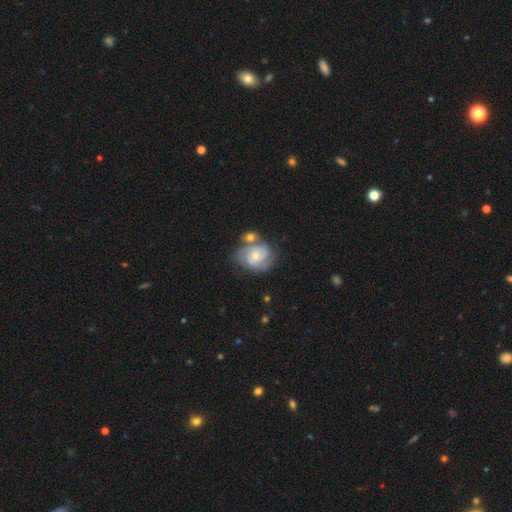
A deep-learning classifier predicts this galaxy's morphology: This appears to be a featured or disk galaxy (71%) with no bar (61%), 2 (43%) tight (53%) spiral arms (91%) and a small central bulge (48%). Merging: none (47%).